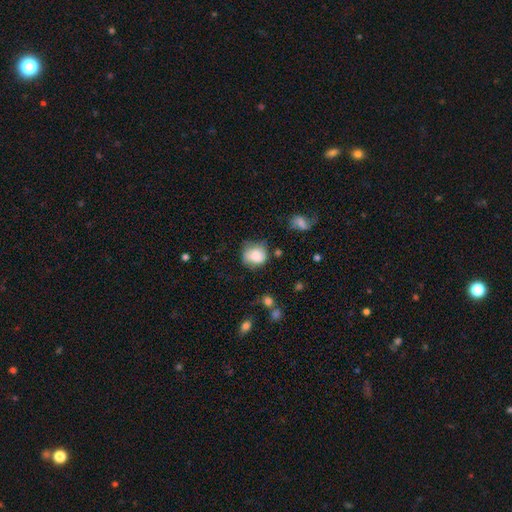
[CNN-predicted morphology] This is likely a smooth galaxy (71%). How rounded: likely round (71%). Merging: possibly none (53%).